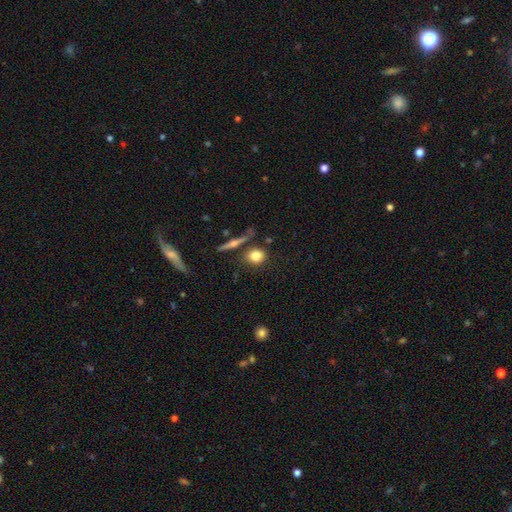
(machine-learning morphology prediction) type=smooth (79%); roundness=round (72%); merging=none (76%).